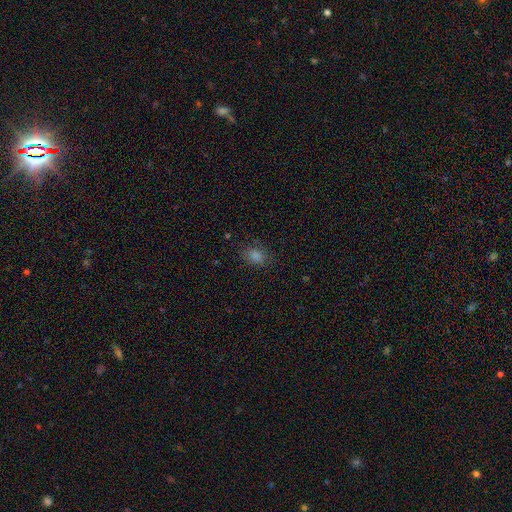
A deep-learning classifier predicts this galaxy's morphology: smooth-or-featured: smooth: 76% | star or artifact: 18% | featured or disk: 6%
  how-rounded: in between: 69% | round: 29% | cigar-shaped: 2%
  merging: none: 81% | minor disturbance: 13% | major disturbance: 4% | merger: 1%